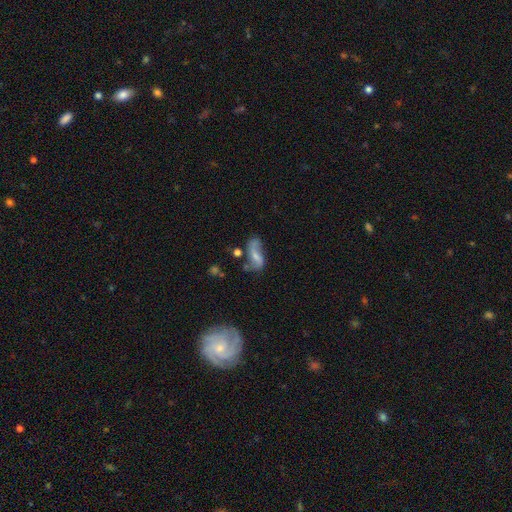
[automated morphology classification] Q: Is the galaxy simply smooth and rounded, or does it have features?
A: featured or disk — 50%.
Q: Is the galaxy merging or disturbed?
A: none — 41%.